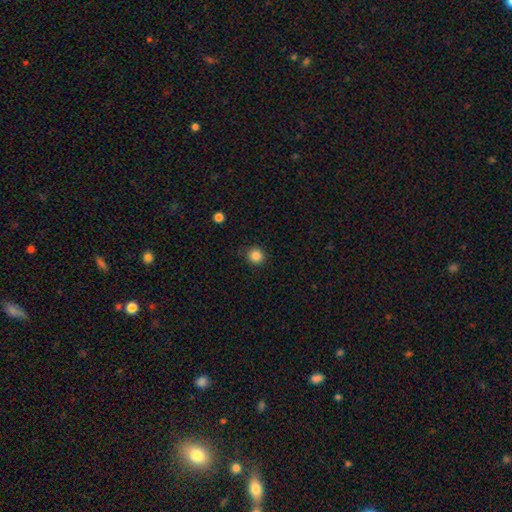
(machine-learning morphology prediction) A smooth galaxy with no disk features (86%) that is round (93%).

Vote fractions:
- Smooth or featured? smooth: 86% / star or artifact: 11% / featured or disk: 3%
- How rounded? round: 93% / in between: 6% / cigar-shaped: 1%
- Merging? none: 88% / minor disturbance: 9% / major disturbance: 3% / merger: 1%